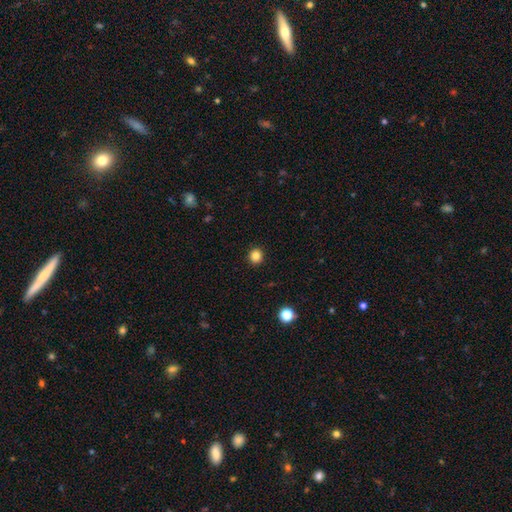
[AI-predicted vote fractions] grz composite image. It shows a smooth galaxy with no disk features (84%) that is round (90%). Merging: none (93%).